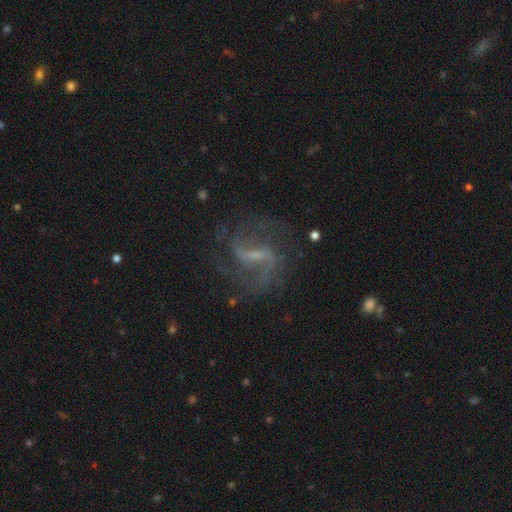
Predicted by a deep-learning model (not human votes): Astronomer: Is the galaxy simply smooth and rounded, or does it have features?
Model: featured or disk — 86%.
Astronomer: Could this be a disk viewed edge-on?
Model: no — 96%.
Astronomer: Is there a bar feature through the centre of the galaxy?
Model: weak — 49% (runner-up: strong, 38%).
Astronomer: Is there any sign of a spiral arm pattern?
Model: yes — 95%.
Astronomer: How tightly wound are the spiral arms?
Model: medium — 48% (runner-up: loose, 39%).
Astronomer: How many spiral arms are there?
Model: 2 — 78%.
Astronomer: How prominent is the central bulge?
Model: small — 51% (runner-up: none, 28%).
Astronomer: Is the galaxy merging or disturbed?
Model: none — 70%.